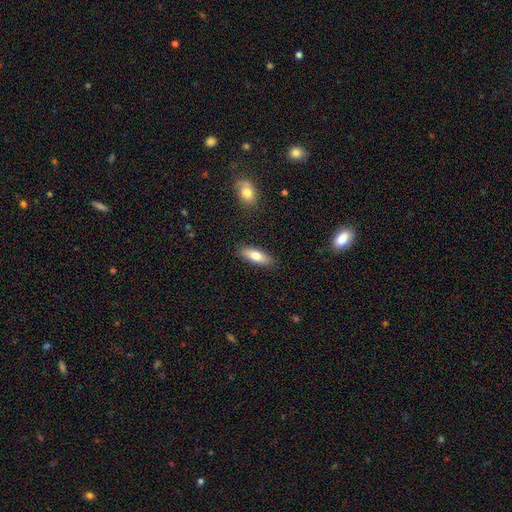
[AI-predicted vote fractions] Morphology: type=smooth (75%); roundness=in between (63%); merging=none (87%).